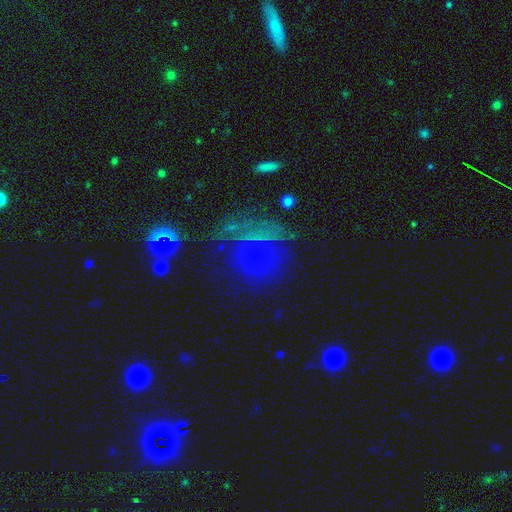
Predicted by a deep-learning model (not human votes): The model was most divided on "smooth or featured": star or artifact: 40%, smooth: 39%, featured or disk: 22%.